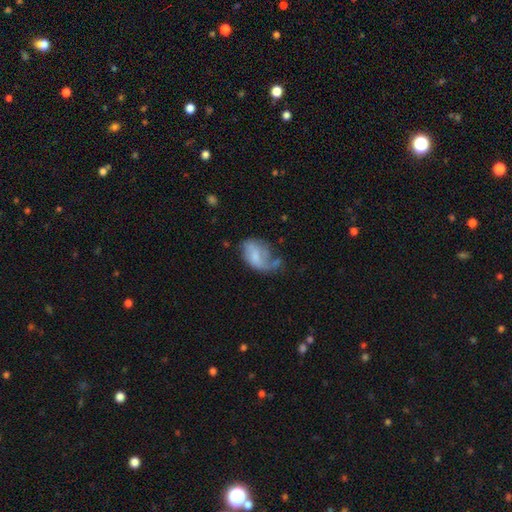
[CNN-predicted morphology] Q: Smooth or featured?
A: featured or disk (47%); runner-up: smooth (45%)
Q: Merging?
A: major disturbance (35%); runner-up: minor disturbance (30%)